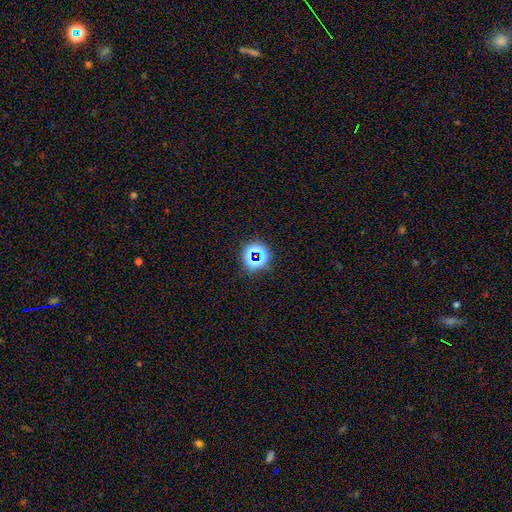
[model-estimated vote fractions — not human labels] This is likely a star or artifact rather than a galaxy (66%).